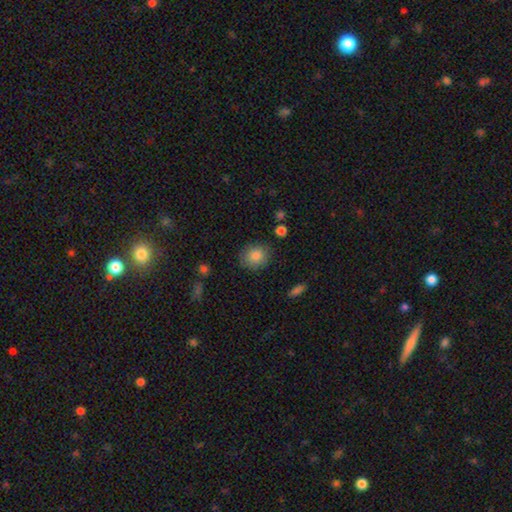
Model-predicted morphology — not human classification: This is clearly a smooth galaxy (85%). How rounded: likely round (72%). Merging: clearly none (83%).